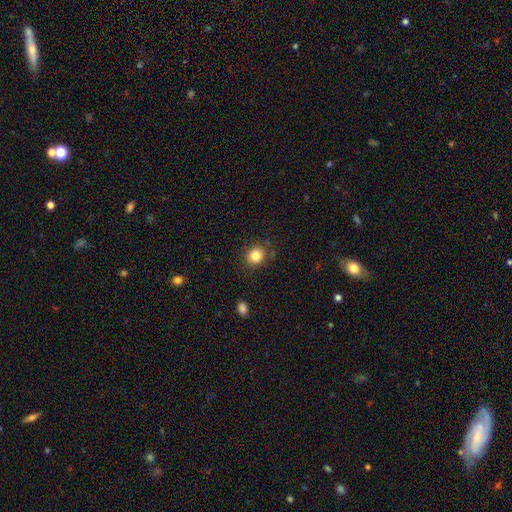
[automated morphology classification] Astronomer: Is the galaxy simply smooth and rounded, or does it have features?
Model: smooth — 83%.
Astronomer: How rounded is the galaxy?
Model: round — 81%.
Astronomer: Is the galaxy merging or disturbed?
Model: none — 84%.